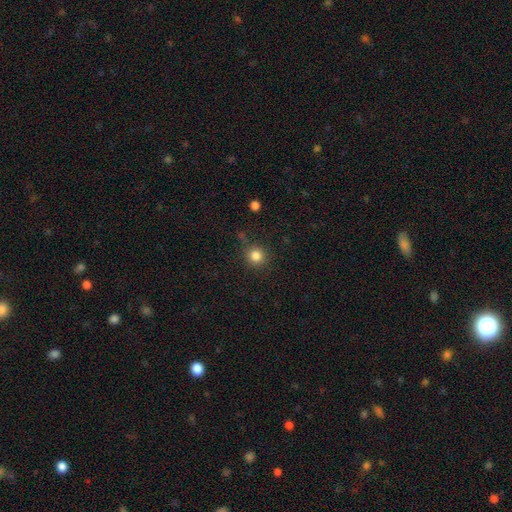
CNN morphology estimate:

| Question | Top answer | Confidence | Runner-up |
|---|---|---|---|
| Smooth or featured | smooth | 83% | star or artifact (12%) |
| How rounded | round | 93% | in between (6%) |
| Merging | none | 83% | minor disturbance (10%) |